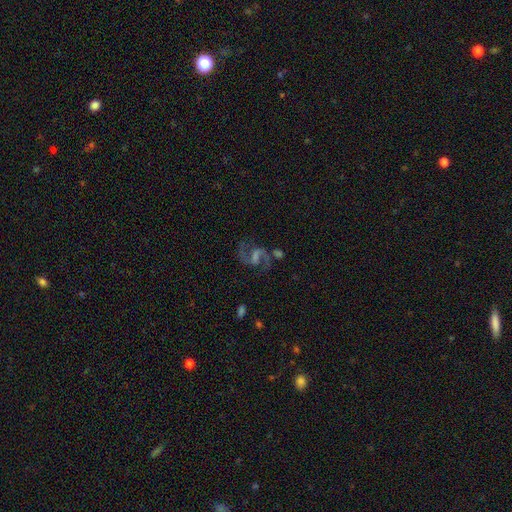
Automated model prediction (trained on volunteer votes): Smooth or featured?
  - featured or disk: 84% *
  - star or artifact: 9%
  - smooth: 6%
Edge-on disk?
  - no: 98% *
  - yes: 2%
Bar?
  - weak: 49% *
  - strong: 34%
  - no: 17%
Spiral arms?
  - yes: 96% *
  - no: 4%
Spiral winding?
  - medium: 49% *
  - loose: 42%
  - tight: 8%
Spiral arm count?
  - 2: 93% *
  - can't tell: 2%
  - 1: 2%
  - 3: 1%
  - 4: 1%
  - more than 4: 1%
Bulge size?
  - none: 43% *
  - small: 29%
  - moderate: 21%
  - large: 6%
  - dominant: 2%
Merging?
  - none: 70% *
  - minor disturbance: 14%
  - major disturbance: 11%
  - merger: 6%